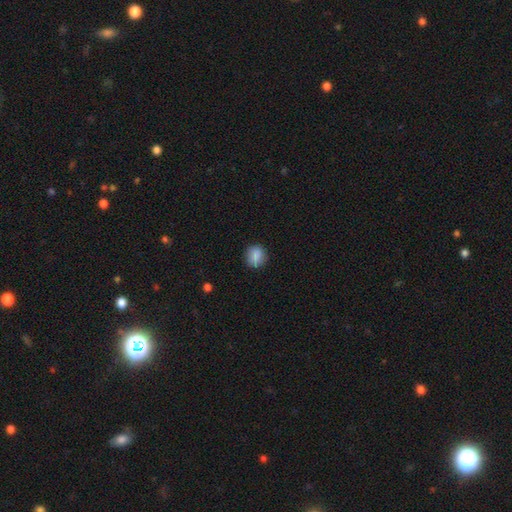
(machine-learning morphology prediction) smooth_or_featured: smooth (p=0.86) [alt: star or artifact p=0.08]
how_rounded: round (p=0.70) [alt: in between p=0.29]
merging: none (p=0.83) [alt: minor disturbance p=0.13]